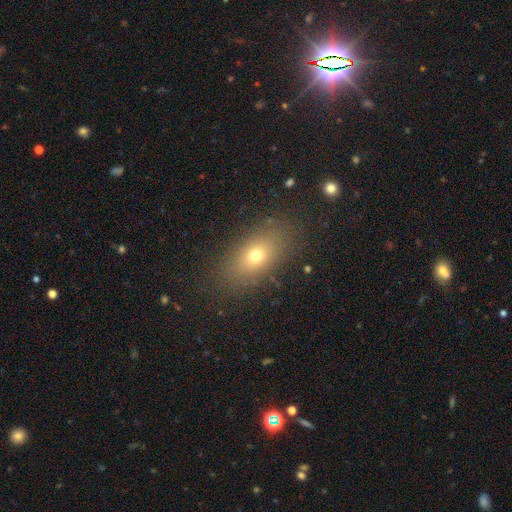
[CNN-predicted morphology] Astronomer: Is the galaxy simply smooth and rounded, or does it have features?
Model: smooth — 68%.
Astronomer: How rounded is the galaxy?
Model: in between — 78%.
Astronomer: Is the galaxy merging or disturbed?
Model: none — 84%.